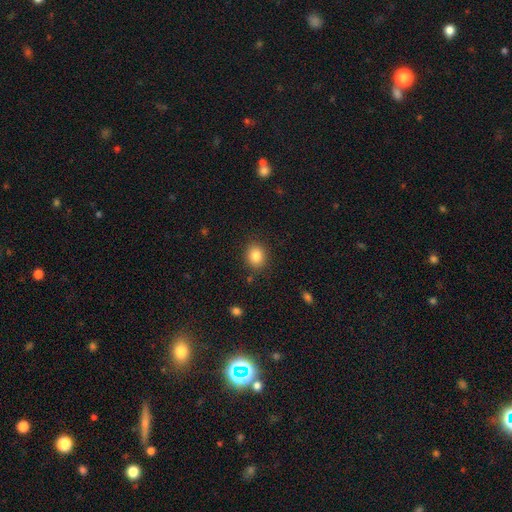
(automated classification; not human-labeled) smooth_or_featured: smooth (p=0.85) [alt: star or artifact p=0.10]
how_rounded: round (p=0.66) [alt: in between p=0.33]
merging: none (p=0.86) [alt: minor disturbance p=0.09]